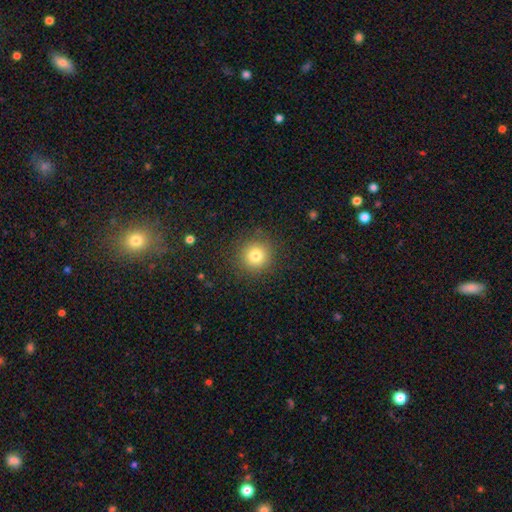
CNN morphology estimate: This is likely a smooth galaxy (79%). How rounded: clearly round (93%). Merging: clearly none (88%).